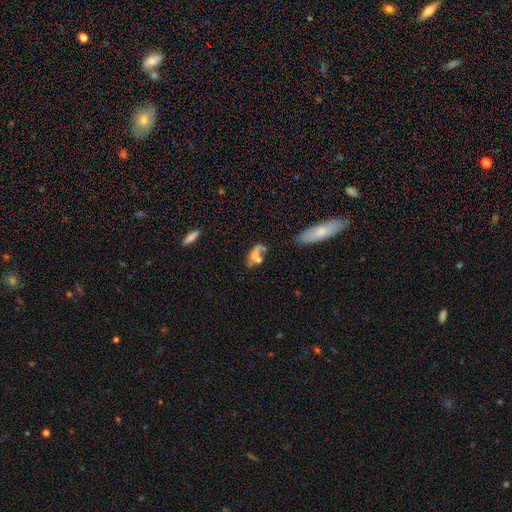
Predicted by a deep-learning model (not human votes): Smooth or featured? Predicted: smooth (p=0.57). How rounded? Predicted: in between (p=0.79). Merging? Predicted: merger (p=0.33).